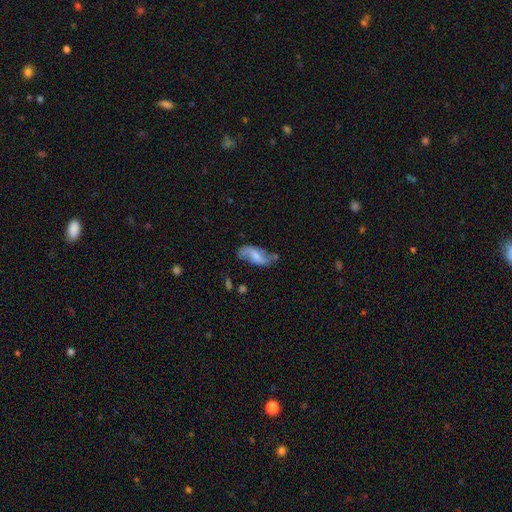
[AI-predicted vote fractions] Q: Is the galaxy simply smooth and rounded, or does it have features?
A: featured or disk — 58%.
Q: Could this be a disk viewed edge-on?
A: no — 93%.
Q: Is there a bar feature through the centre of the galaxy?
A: weak — 48%.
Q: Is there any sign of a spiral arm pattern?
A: yes — 86%.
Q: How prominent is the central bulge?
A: small — 39%.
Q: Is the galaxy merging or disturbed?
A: none — 58%.